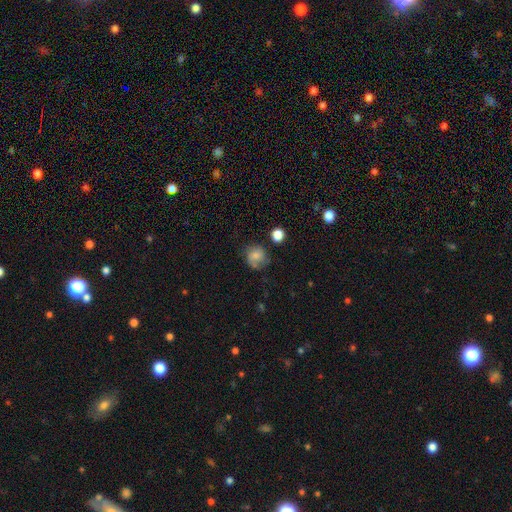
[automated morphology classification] The model was most divided on "merging": none: 66%, minor disturbance: 22%, major disturbance: 8%, merger: 4%. More confident: how rounded — round (82%); smooth or featured — smooth (70%).